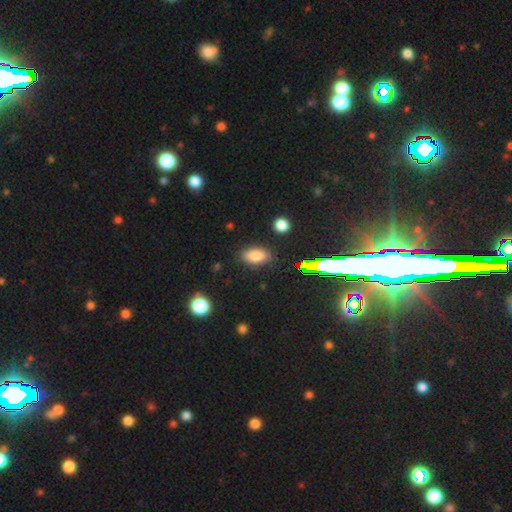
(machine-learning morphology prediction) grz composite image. It shows a smooth galaxy with no disk features (79%) that is in between round and cigar-shaped (89%). Merging: none (85%).